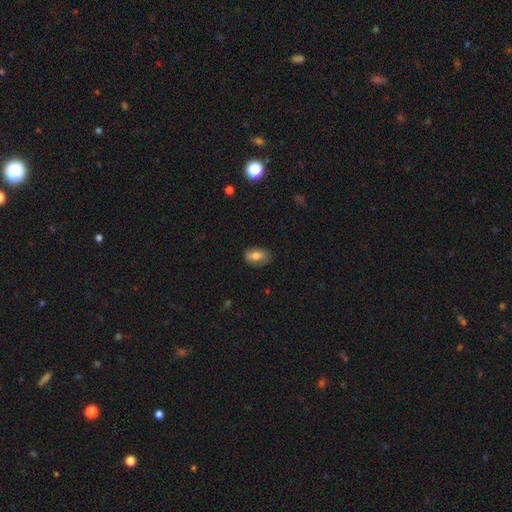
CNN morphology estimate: This is likely a smooth galaxy (75%). How rounded: clearly in between (87%). Merging: likely none (79%).